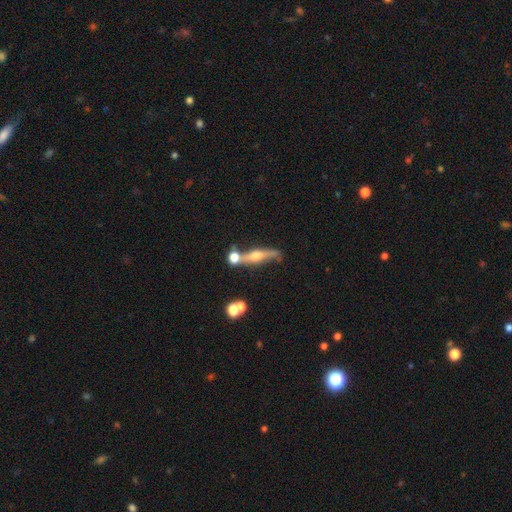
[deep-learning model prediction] A featured or disk galaxy (68%) viewed edge-on (86%) with a rounded central bulge (92%).

Vote fractions:
- Smooth or featured? featured or disk: 68% / smooth: 23% / star or artifact: 9%
- Edge-on disk? yes: 86% / no: 14%
- Edge-on bulge? rounded: 92% / boxy: 4% / none: 4%
- Merging? none: 59% / merger: 19% / minor disturbance: 15% / major disturbance: 7%